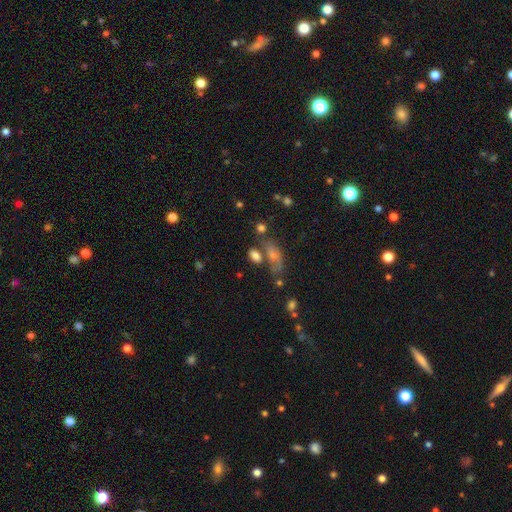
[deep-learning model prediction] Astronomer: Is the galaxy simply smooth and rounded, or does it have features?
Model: smooth — 75%.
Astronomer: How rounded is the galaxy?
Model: in between — 83%.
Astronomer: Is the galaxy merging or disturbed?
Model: none — 54%.